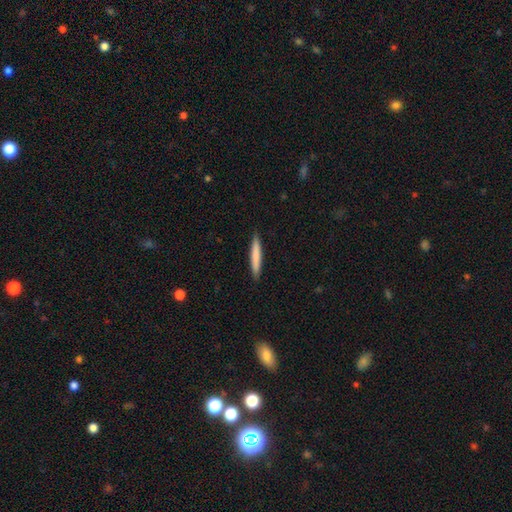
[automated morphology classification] Overall: smooth (75%). How rounded: cigar-shaped (95%). Merging: none (91%).